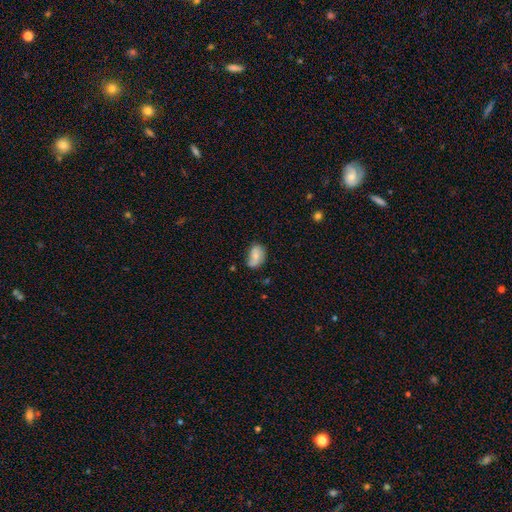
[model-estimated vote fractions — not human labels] This appears to be a smooth galaxy with no disk features (61%) that is in between round and cigar-shaped (81%). Merging: none (54%).